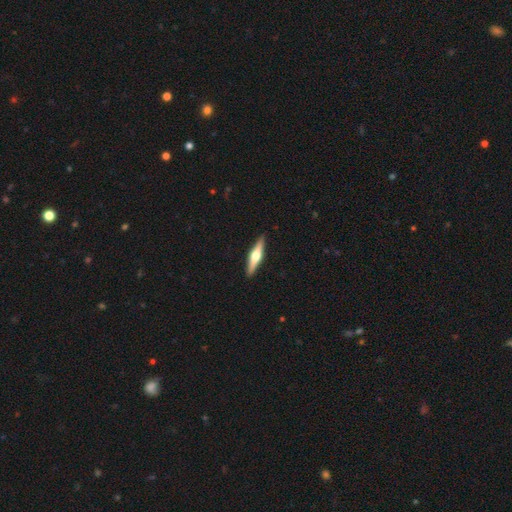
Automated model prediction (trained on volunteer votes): A featured or disk galaxy (68%) viewed edge-on (97%) with a rounded central bulge (93%). Merging: none (91%).